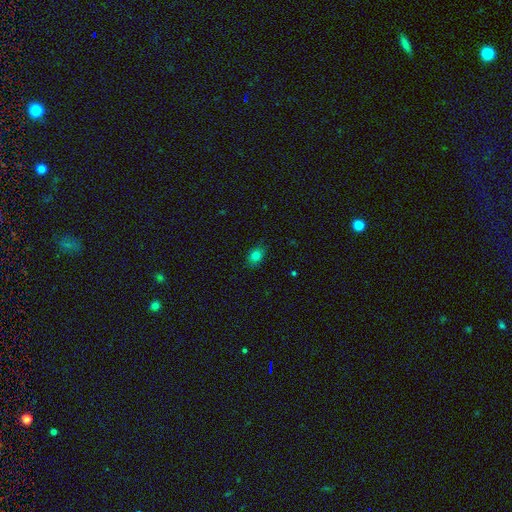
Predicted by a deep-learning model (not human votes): Overall: smooth (80%). How rounded: in between (70%). Merging: none (85%).